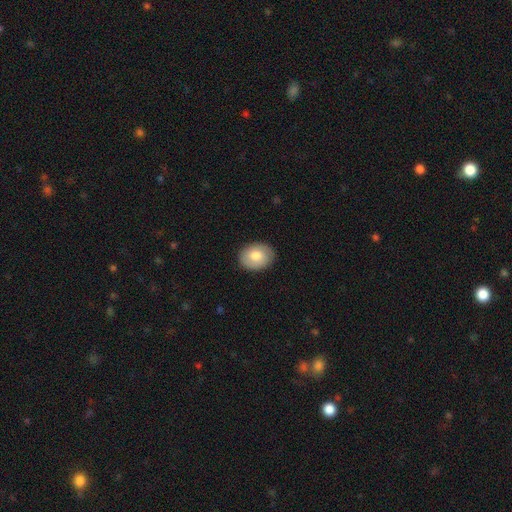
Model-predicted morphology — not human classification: A smooth galaxy with no disk features (75%) that is in between round and cigar-shaped (66%).

Vote fractions:
- Smooth or featured? smooth: 75% / featured or disk: 18% / star or artifact: 7%
- How rounded? in between: 66% / round: 33% / cigar-shaped: 1%
- Merging? none: 88% / minor disturbance: 9% / major disturbance: 2% / merger: 1%